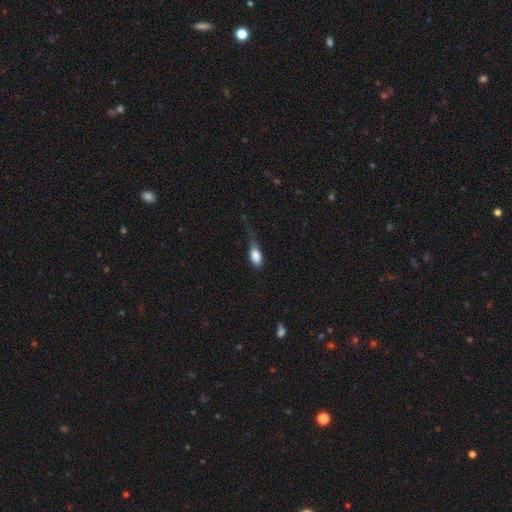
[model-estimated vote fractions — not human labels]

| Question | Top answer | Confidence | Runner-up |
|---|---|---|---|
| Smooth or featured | smooth | 83% | featured or disk (9%) |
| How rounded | in between | 86% | cigar-shaped (8%) |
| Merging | minor disturbance | 36% | major disturbance (33%) |